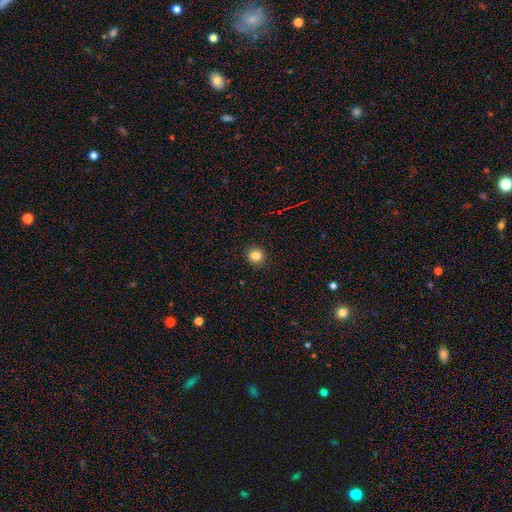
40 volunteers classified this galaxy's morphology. Smooth or featured?
  - smooth: 90% *
  - star or artifact: 8%
  - featured or disk: 2%
How rounded?
  - round: 78% *
  - in between: 22%
  - cigar-shaped: 0%
Merging?
  - none: 97% *
  - major disturbance: 3%
  - minor disturbance: 0%
  - merger: 0%